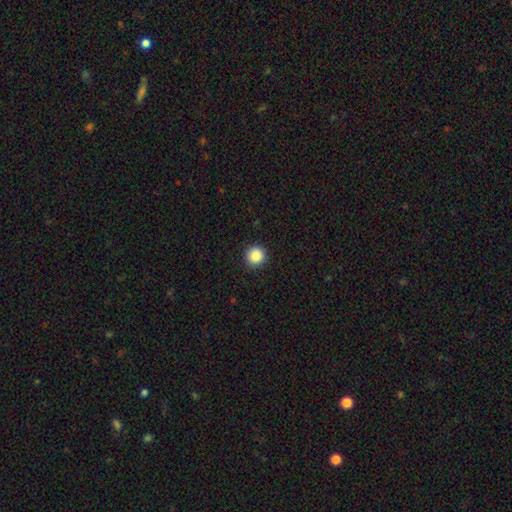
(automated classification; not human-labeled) Smooth or featured? smooth (88%)
How rounded? round (94%)
Merging? none (92%)